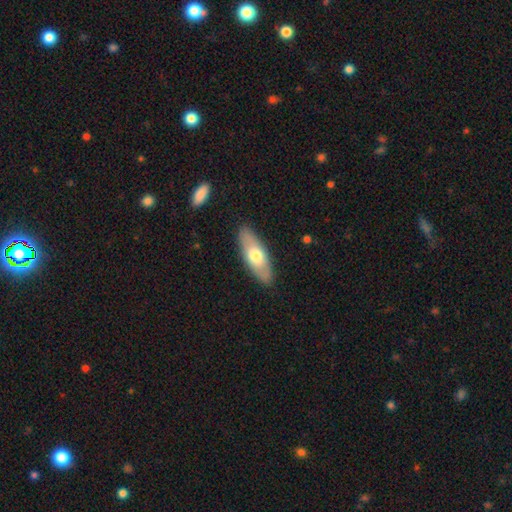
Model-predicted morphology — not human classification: Smooth or featured? Predicted: smooth (p=0.62). How rounded? Predicted: in between (p=0.71). Merging? Predicted: none (p=0.88).